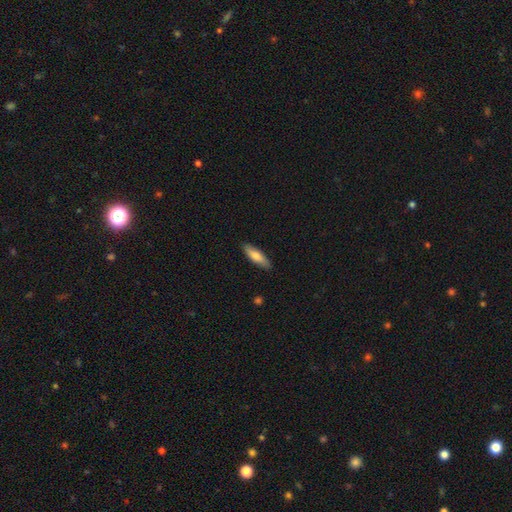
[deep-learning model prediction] smooth 73%, featured or disk 22%, star or artifact 6%. Down the decision tree: how rounded — cigar-shaped (54%); merging — none (88%).